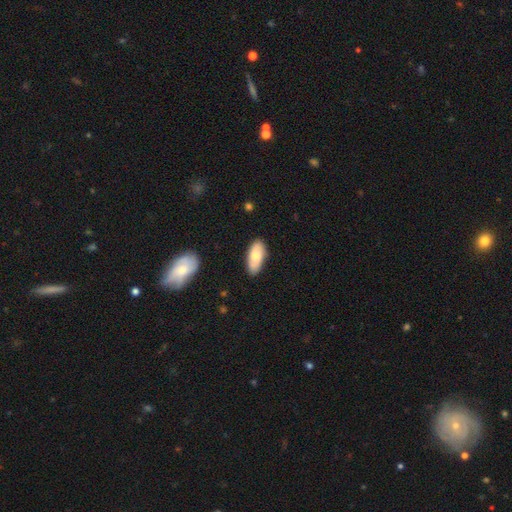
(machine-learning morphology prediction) Smooth or featured?
  - smooth: 74% *
  - featured or disk: 21%
  - star or artifact: 6%
How rounded?
  - in between: 88% *
  - cigar-shaped: 10%
  - round: 2%
Merging?
  - none: 83% *
  - minor disturbance: 13%
  - major disturbance: 2%
  - merger: 2%